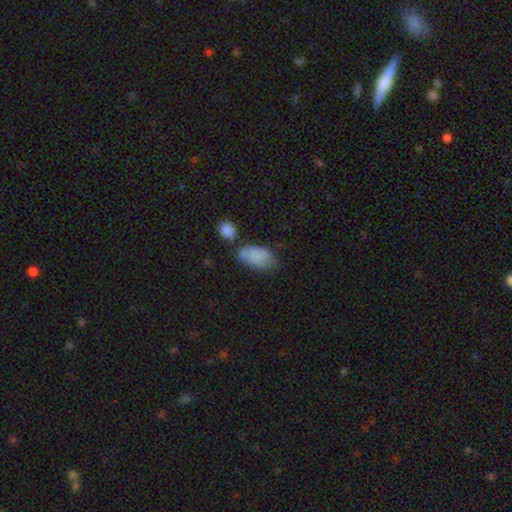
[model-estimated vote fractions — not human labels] Smooth or featured? Predicted: smooth (p=0.82). How rounded? Predicted: in between (p=0.93). Merging? Predicted: none (p=0.43).